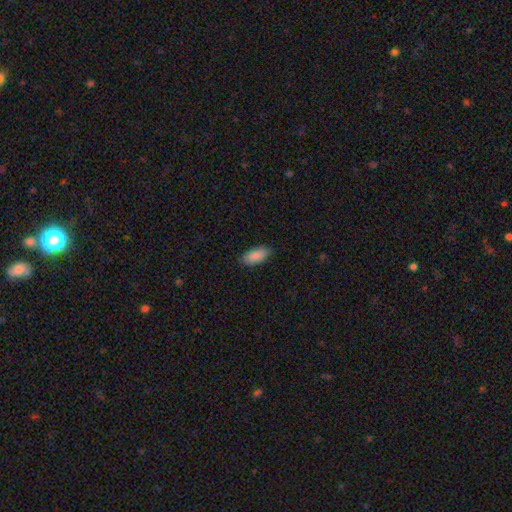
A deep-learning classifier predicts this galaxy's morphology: smooth-or-featured: smooth: 89% | star or artifact: 6% | featured or disk: 5%
  how-rounded: in between: 89% | cigar-shaped: 9% | round: 2%
  merging: none: 86% | minor disturbance: 11% | major disturbance: 2% | merger: 1%